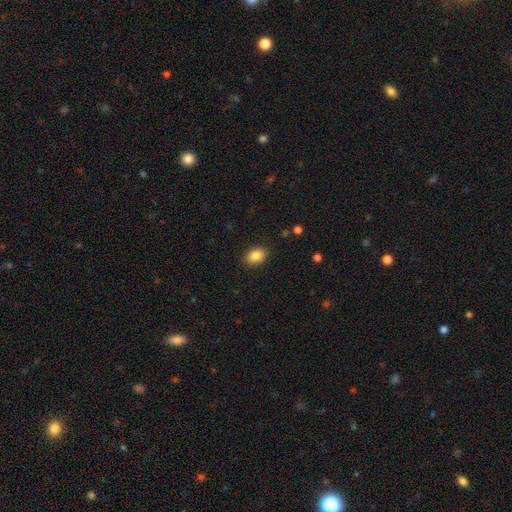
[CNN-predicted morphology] A smooth galaxy with no disk features (86%) that is in between round and cigar-shaped (77%).

Vote fractions:
- Smooth or featured? smooth: 86% / star or artifact: 8% / featured or disk: 6%
- How rounded? in between: 77% / round: 22% / cigar-shaped: 1%
- Merging? none: 86% / minor disturbance: 11% / major disturbance: 3% / merger: 1%